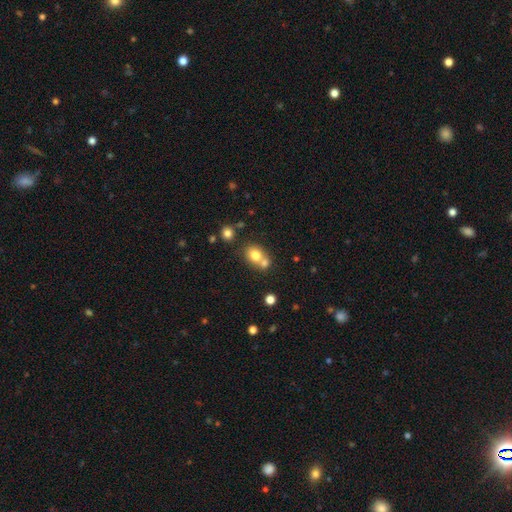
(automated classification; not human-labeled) Overall: smooth (76%). How rounded: round (60%; in between 39%). Merging: merger (49%; none 39%).